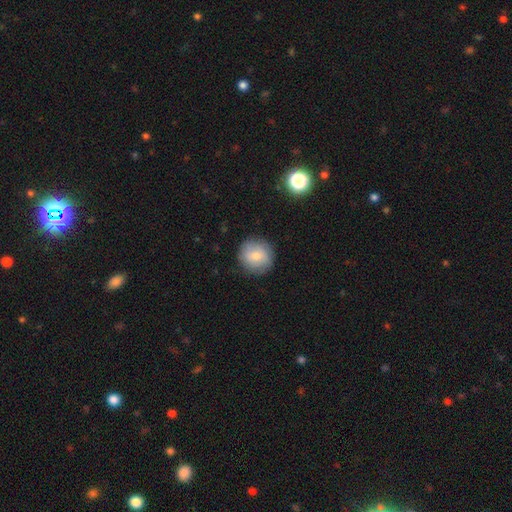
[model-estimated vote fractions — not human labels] smooth_or_featured: smooth (p=0.76) [alt: featured or disk p=0.16]
how_rounded: round (p=0.92) [alt: in between p=0.07]
merging: none (p=0.86) [alt: minor disturbance p=0.10]